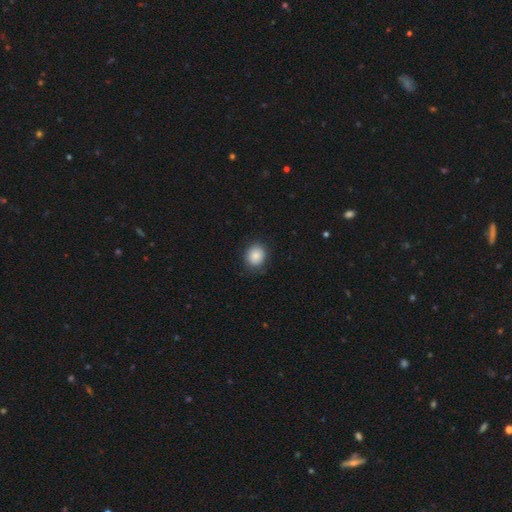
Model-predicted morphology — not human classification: This is clearly a smooth galaxy (86%). How rounded: likely round (72%). Merging: clearly none (83%).